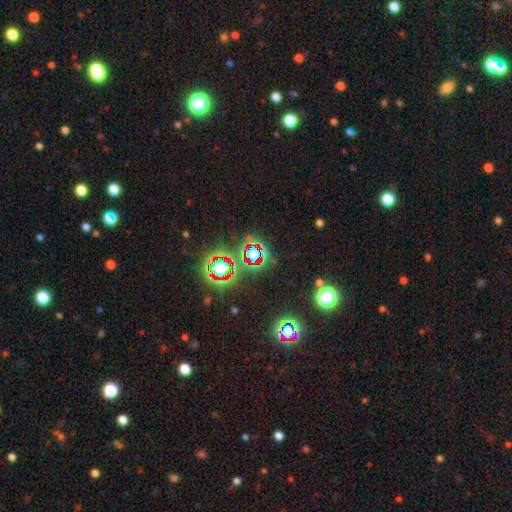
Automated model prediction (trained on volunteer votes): Smooth or featured?
  - star or artifact: 79% *
  - smooth: 12%
  - featured or disk: 9%